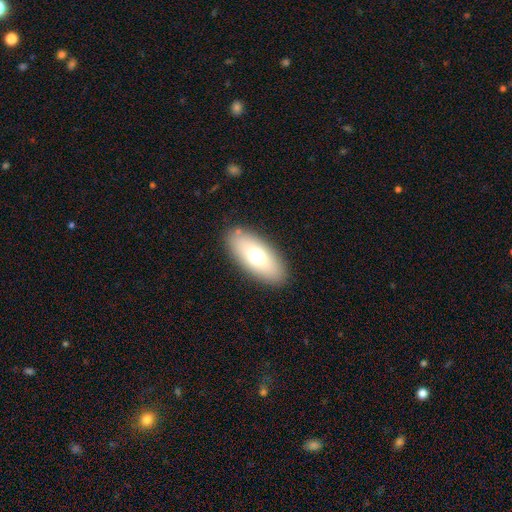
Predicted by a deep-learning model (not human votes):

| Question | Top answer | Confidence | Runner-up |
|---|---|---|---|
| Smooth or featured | smooth | 69% | featured or disk (23%) |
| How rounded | in between | 85% | cigar-shaped (11%) |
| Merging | none | 86% | minor disturbance (9%) |